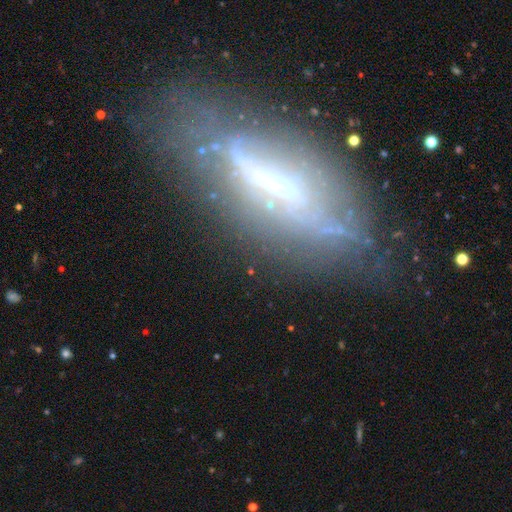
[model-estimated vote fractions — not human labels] smooth_or_featured: featured or disk (p=0.73) [alt: smooth p=0.16]
disk_edge_on: yes (p=0.56) [alt: no p=0.44]
merging: none (p=0.62) [alt: minor disturbance p=0.21]